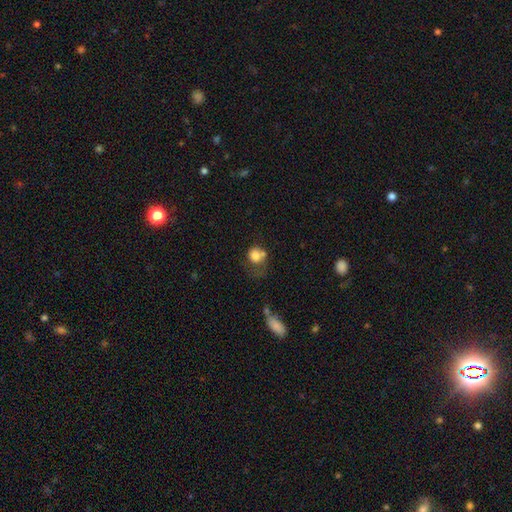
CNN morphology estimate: A smooth galaxy with no disk features (77%) that is round (72%).

Vote fractions:
- Smooth or featured? smooth: 77% / featured or disk: 13% / star or artifact: 10%
- How rounded? round: 72% / in between: 27% / cigar-shaped: 1%
- Merging? none: 34% / merger: 25% / major disturbance: 21% / minor disturbance: 20%